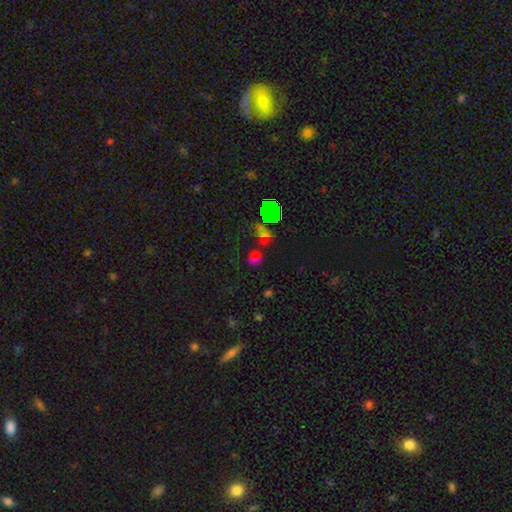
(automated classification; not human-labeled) Q: Smooth or featured?
A: star or artifact (52%); runner-up: smooth (37%)